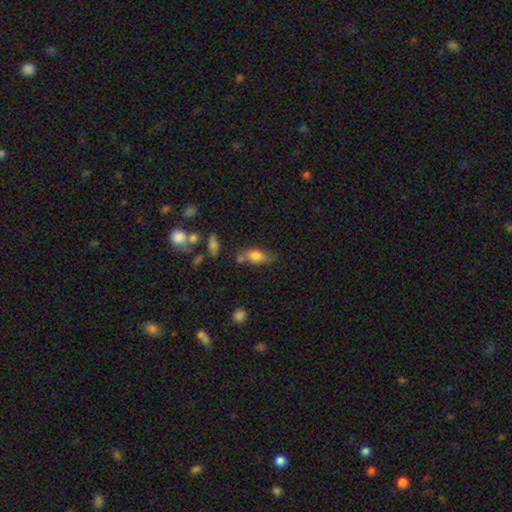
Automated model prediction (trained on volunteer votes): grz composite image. It shows a smooth galaxy with no disk features (75%) that is in between round and cigar-shaped (81%). Merging: none (51%).